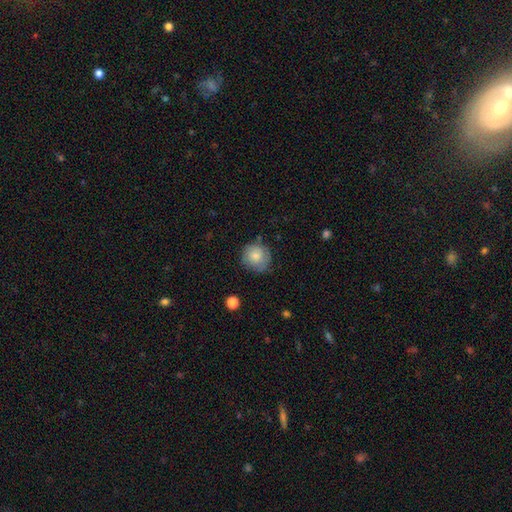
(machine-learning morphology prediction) Smooth or featured?
  - smooth: 77% *
  - featured or disk: 16%
  - star or artifact: 7%
How rounded?
  - round: 90% *
  - in between: 9%
  - cigar-shaped: 1%
Merging?
  - none: 74% *
  - minor disturbance: 20%
  - major disturbance: 5%
  - merger: 2%